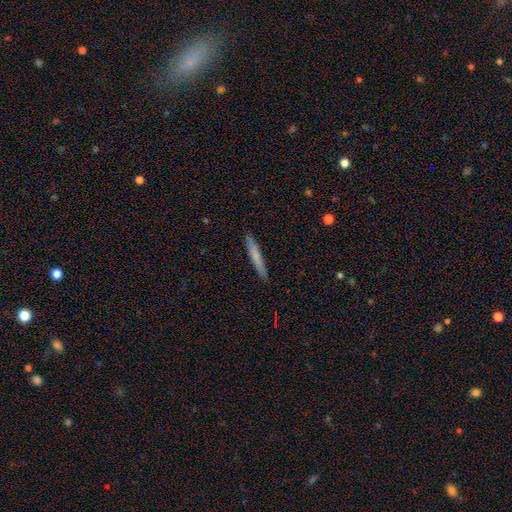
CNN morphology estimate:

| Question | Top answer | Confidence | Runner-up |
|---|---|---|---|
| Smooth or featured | smooth | 73% | featured or disk (22%) |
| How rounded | cigar-shaped | 96% | in between (3%) |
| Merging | none | 91% | minor disturbance (7%) |